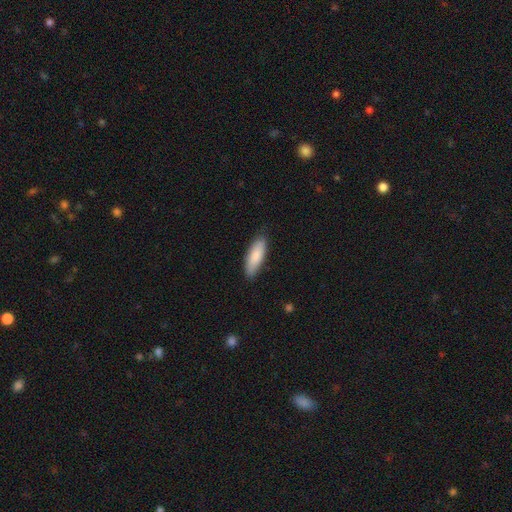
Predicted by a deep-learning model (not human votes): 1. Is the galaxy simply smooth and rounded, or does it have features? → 85% smooth, 9% featured or disk, 5% star or artifact.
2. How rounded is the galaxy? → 58% in between, 40% cigar-shaped, 2% round.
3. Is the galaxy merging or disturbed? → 84% none, 13% minor disturbance, 2% major disturbance, 1% merger.